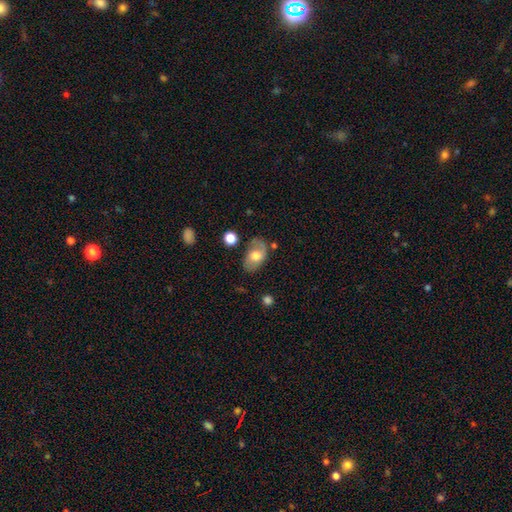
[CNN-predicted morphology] Overall: smooth (54%; featured or disk 39%). How rounded: in between (88%). Merging: none (68%).